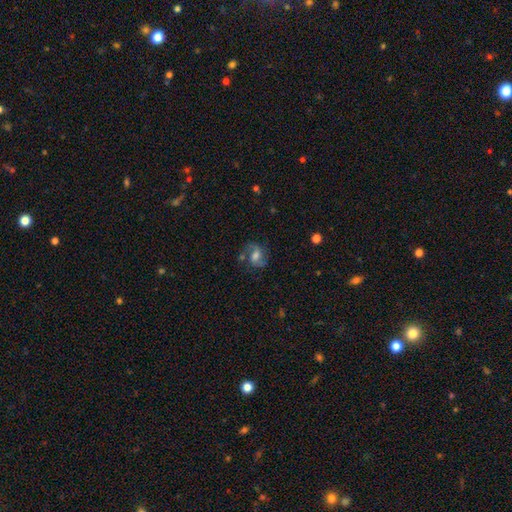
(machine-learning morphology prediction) A featured or disk galaxy (62%) with a weak bar (47%), 2 (86%) medium (49%) spiral arms (89%) and a moderate central bulge (51%). Merging: none (64%).